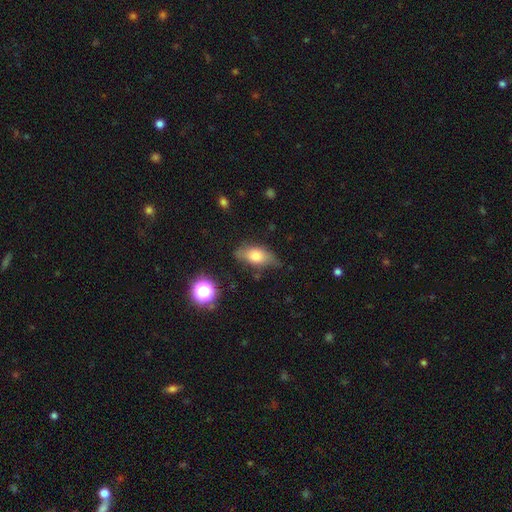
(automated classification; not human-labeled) A smooth galaxy with no disk features (67%) that is in between round and cigar-shaped (82%).

Vote fractions:
- Smooth or featured? smooth: 67% / featured or disk: 24% / star or artifact: 9%
- How rounded? in between: 82% / cigar-shaped: 10% / round: 8%
- Merging? none: 64% / minor disturbance: 27% / major disturbance: 7% / merger: 3%